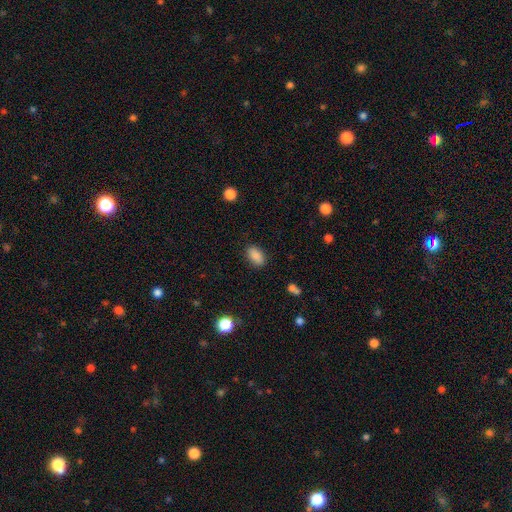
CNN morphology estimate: The model was most divided on "merging": none: 87%, minor disturbance: 9%, major disturbance: 3%, merger: 1%. More confident: how rounded — in between (90%); smooth or featured — smooth (88%).